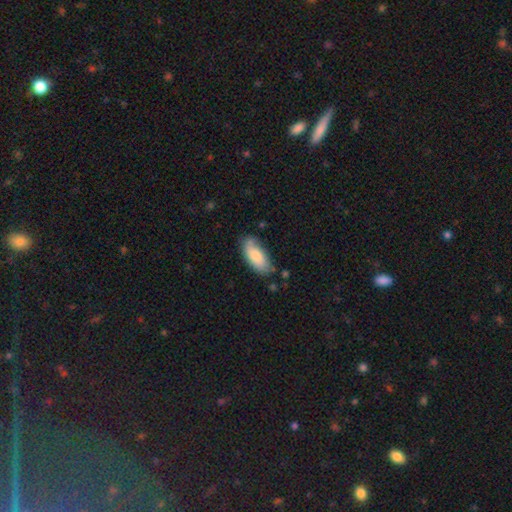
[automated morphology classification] type=smooth (73%); roundness=in between (89%); merging=none (65%).